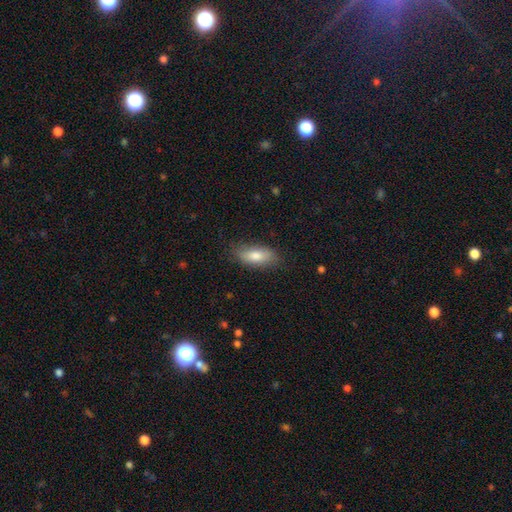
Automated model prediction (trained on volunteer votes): Smooth or featured? Predicted: smooth (p=0.77). How rounded? Predicted: in between (p=0.76). Merging? Predicted: none (p=0.83).